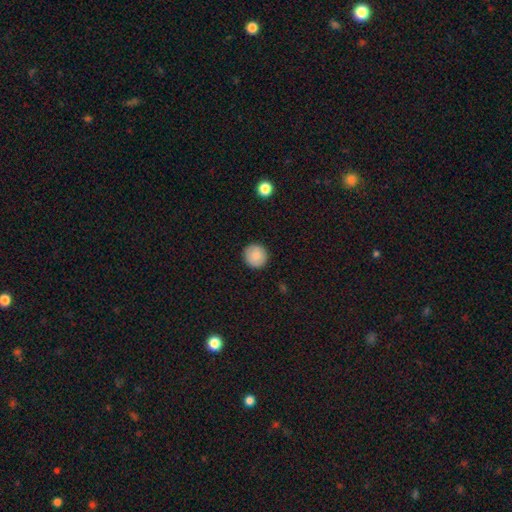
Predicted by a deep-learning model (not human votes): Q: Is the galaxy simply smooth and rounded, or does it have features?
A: smooth — 87%.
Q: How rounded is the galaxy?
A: round — 95%.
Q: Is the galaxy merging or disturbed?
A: none — 92%.